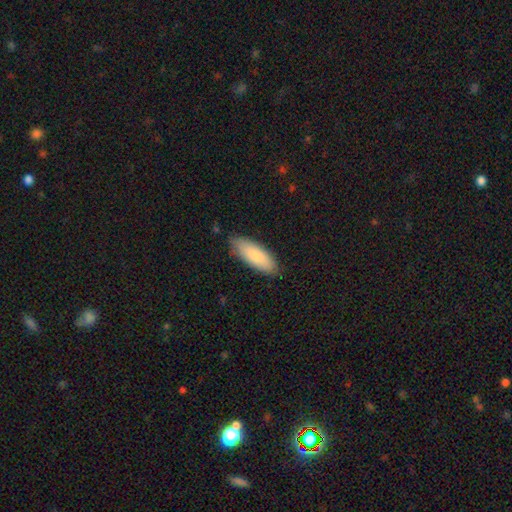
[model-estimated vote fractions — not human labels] Q: Smooth or featured?
A: smooth (84%); runner-up: featured or disk (10%)
Q: How rounded?
A: in between (68%); runner-up: cigar-shaped (30%)
Q: Merging?
A: none (82%); runner-up: minor disturbance (14%)